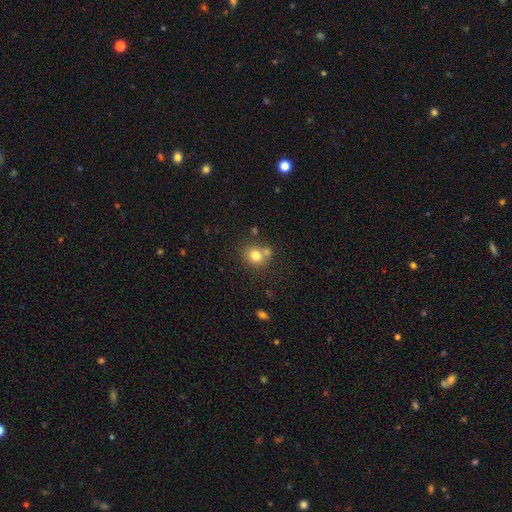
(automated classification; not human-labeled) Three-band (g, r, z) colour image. It shows a smooth galaxy with no disk features (77%) that is round (78%). Merging: none (58%).